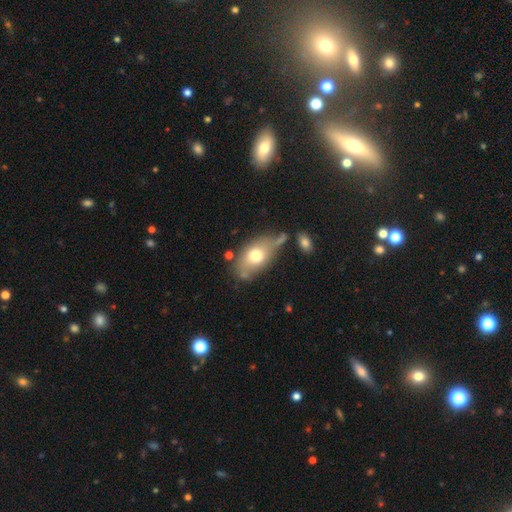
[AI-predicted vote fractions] smooth-or-featured: smooth: 67% | featured or disk: 24% | star or artifact: 8%
  how-rounded: in between: 84% | round: 13% | cigar-shaped: 3%
  merging: none: 58% | minor disturbance: 21% | merger: 13% | major disturbance: 8%